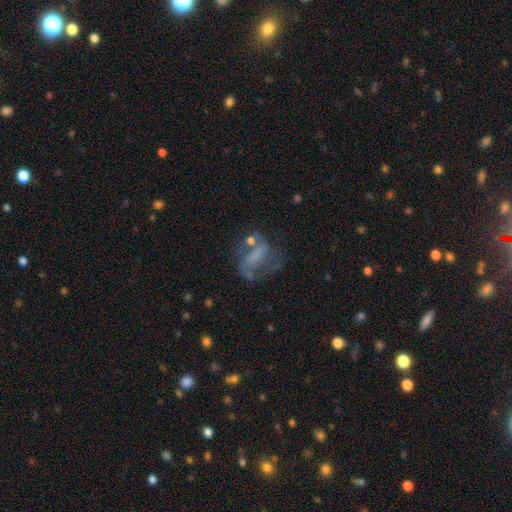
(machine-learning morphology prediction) This appears to be a featured or disk galaxy (61%) with no bar (36%), spiral arms (63%) and no central bulge (55%). Merging: none (37%).